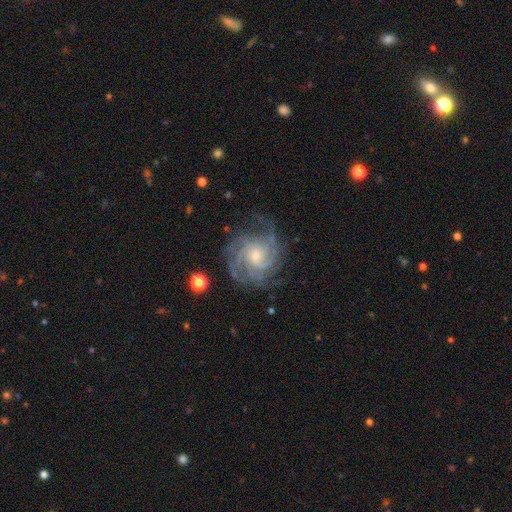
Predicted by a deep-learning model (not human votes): smooth-or-featured: featured or disk: 86% | smooth: 7% | star or artifact: 7%
  disk-edge-on: no: 98% | yes: 2%
    bar: no: 70% | weak: 26% | strong: 4%
    has-spiral-arms: yes: 97% | no: 3%
      spiral-winding: tight: 62% | medium: 31% | loose: 6%
      spiral-arm-count: can't tell: 29% | 4: 25% | 3: 18% | 2: 11% | more than 4: 10% | 1: 7%
    bulge-size: small: 56% | moderate: 37% | none: 3% | large: 3% | dominant: 1%
  merging: none: 75% | minor disturbance: 16% | major disturbance: 8% | merger: 1%